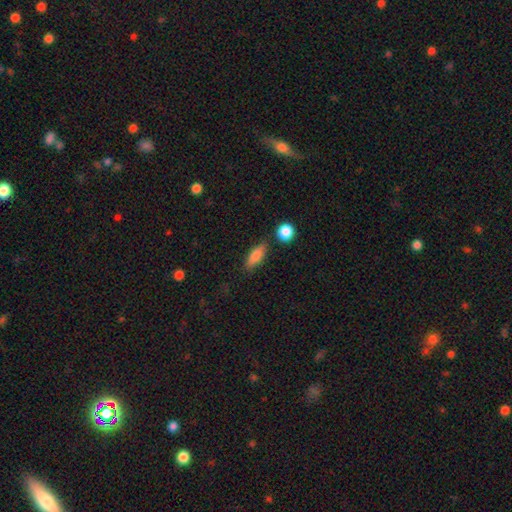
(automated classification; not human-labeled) Morphology: type=smooth (77%); roundness=in between (62%); merging=none (79%).